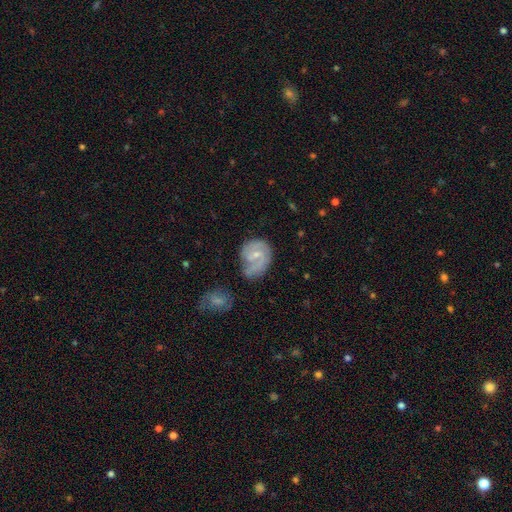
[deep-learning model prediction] A featured or disk galaxy (72%) with a weak bar (50%), 2 (63%) medium (44%) spiral arms (90%) and a small central bulge (63%). Merging: none (47%).